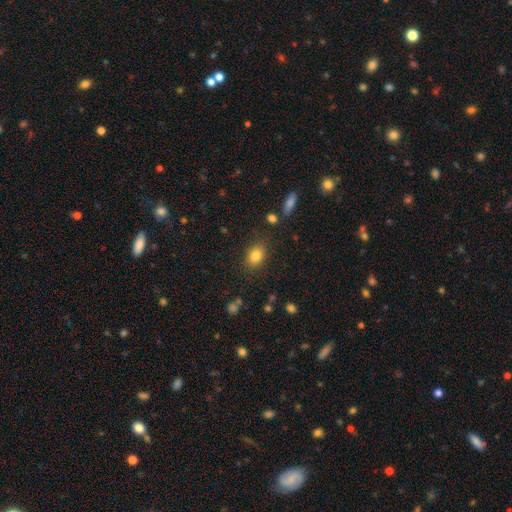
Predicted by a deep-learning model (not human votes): Overall: smooth (83%). How rounded: in between (72%). Merging: none (83%).